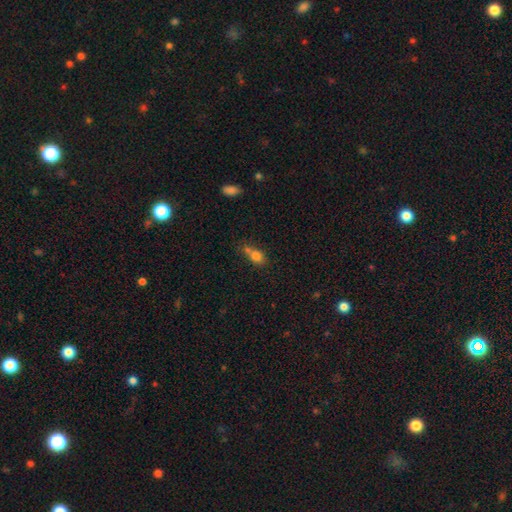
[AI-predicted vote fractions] Q: Smooth or featured?
A: smooth (76%); runner-up: star or artifact (12%)
Q: How rounded?
A: in between (61%); runner-up: round (35%)
Q: Merging?
A: merger (42%); runner-up: none (37%)